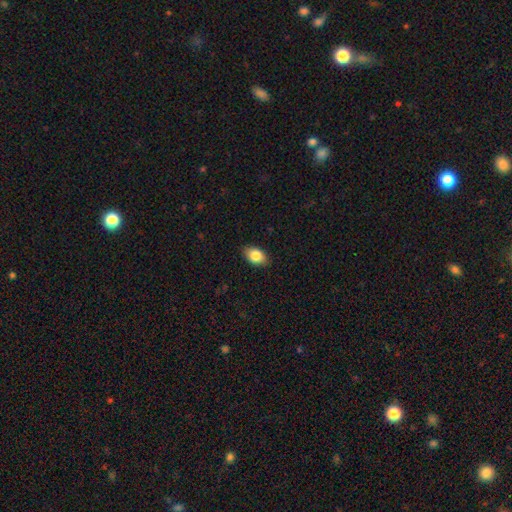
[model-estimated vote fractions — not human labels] Smooth or featured? Predicted: smooth (p=0.84). How rounded? Predicted: in between (p=0.86). Merging? Predicted: none (p=0.87).